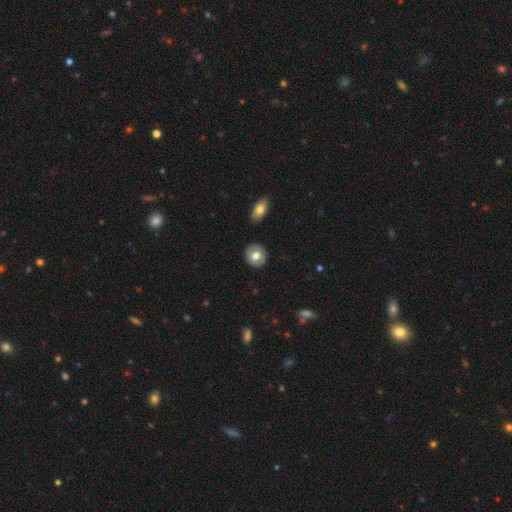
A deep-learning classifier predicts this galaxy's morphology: This is likely a smooth galaxy (64%). How rounded: clearly round (83%). Merging: clearly none (88%).